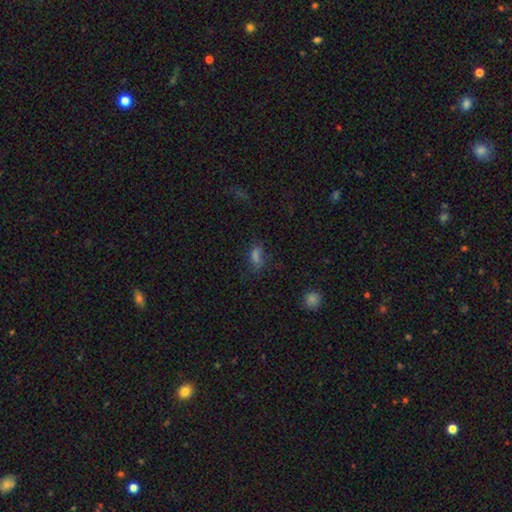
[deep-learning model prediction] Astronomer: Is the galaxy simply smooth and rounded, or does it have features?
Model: smooth — 61%.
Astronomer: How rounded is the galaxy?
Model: in between — 76%.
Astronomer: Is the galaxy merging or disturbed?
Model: none — 56%.